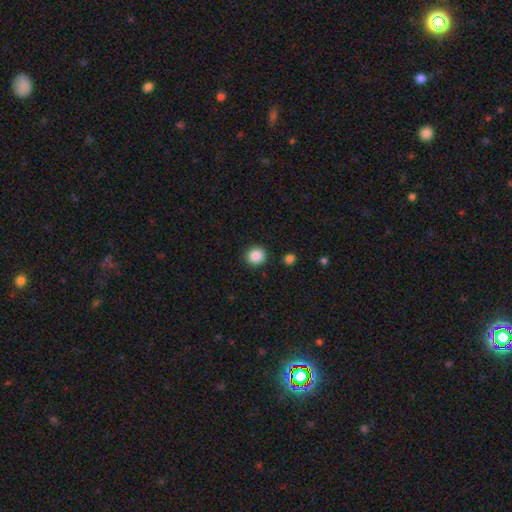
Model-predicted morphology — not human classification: A smooth galaxy with no disk features (87%) that is round (92%).

Vote fractions:
- Smooth or featured? smooth: 87% / star or artifact: 9% / featured or disk: 3%
- How rounded? round: 92% / in between: 7% / cigar-shaped: 1%
- Merging? none: 90% / minor disturbance: 6% / major disturbance: 2% / merger: 2%